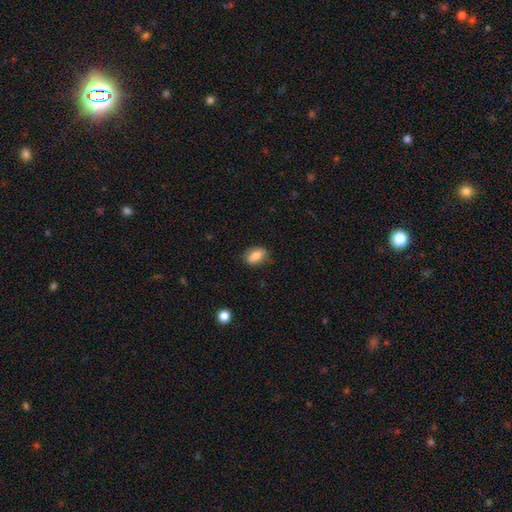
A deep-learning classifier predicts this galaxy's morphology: A smooth galaxy with no disk features (78%) that is in between round and cigar-shaped (84%).

Vote fractions:
- Smooth or featured? smooth: 78% / featured or disk: 14% / star or artifact: 8%
- How rounded? in between: 84% / round: 12% / cigar-shaped: 4%
- Merging? none: 78% / minor disturbance: 17% / major disturbance: 3% / merger: 2%